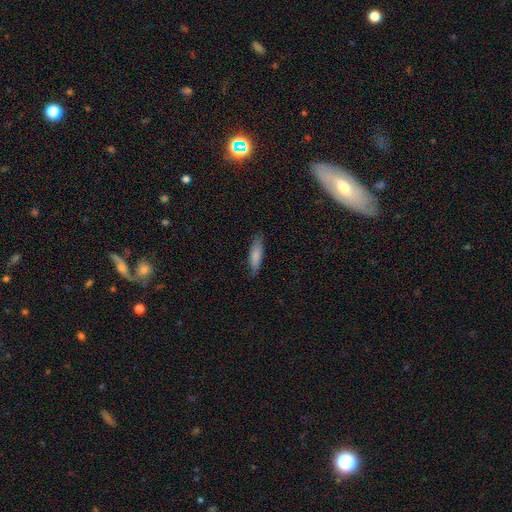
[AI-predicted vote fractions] This is clearly a smooth galaxy (80%). How rounded: possibly cigar-shaped (56%). Merging: likely none (78%).